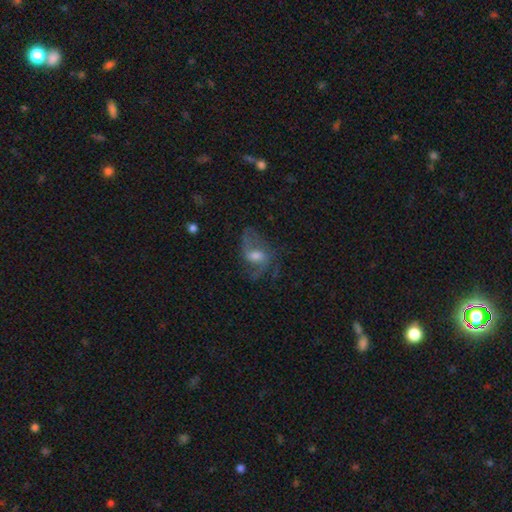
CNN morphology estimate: Smooth or featured?
  - featured or disk: 68% *
  - smooth: 21%
  - star or artifact: 11%
Edge-on disk?
  - no: 96% *
  - yes: 4%
Bar?
  - weak: 49% *
  - no: 38%
  - strong: 13%
Spiral arms?
  - yes: 85% *
  - no: 15%
Spiral winding?
  - loose: 52% *
  - medium: 38%
  - tight: 10%
Spiral arm count?
  - 2: 59% *
  - can't tell: 17%
  - 3: 11%
  - 1: 7%
  - 4: 3%
  - more than 4: 3%
Bulge size?
  - moderate: 52% *
  - small: 23%
  - large: 15%
  - none: 8%
  - dominant: 2%
Merging?
  - none: 51% *
  - major disturbance: 27%
  - minor disturbance: 20%
  - merger: 2%